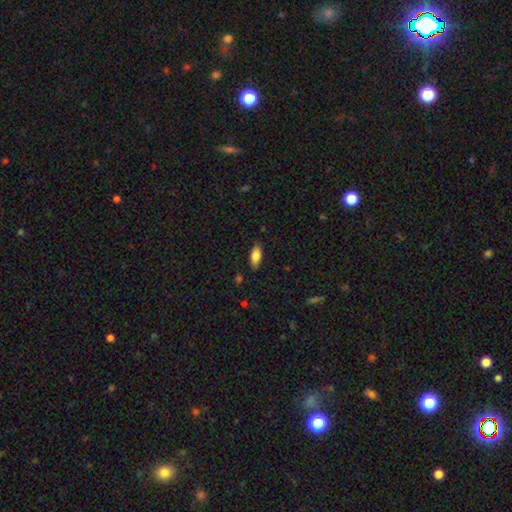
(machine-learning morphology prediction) A smooth galaxy with no disk features (82%) that is in between round and cigar-shaped (83%). Merging: none (83%).